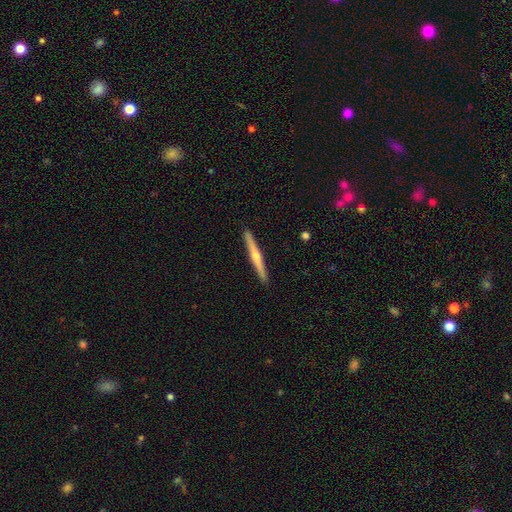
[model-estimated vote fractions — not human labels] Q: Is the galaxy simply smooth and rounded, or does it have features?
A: featured or disk — 67%.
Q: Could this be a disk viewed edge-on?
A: yes — 98%.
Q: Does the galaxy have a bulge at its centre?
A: rounded — 86%.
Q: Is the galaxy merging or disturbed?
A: none — 92%.